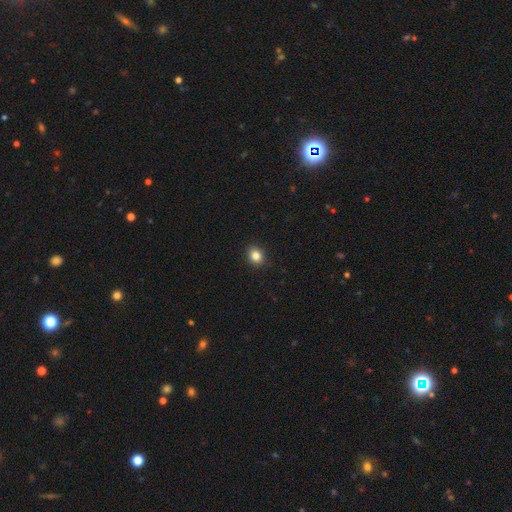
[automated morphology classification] A smooth galaxy with no disk features (84%) that is round (65%). Merging: none (91%).